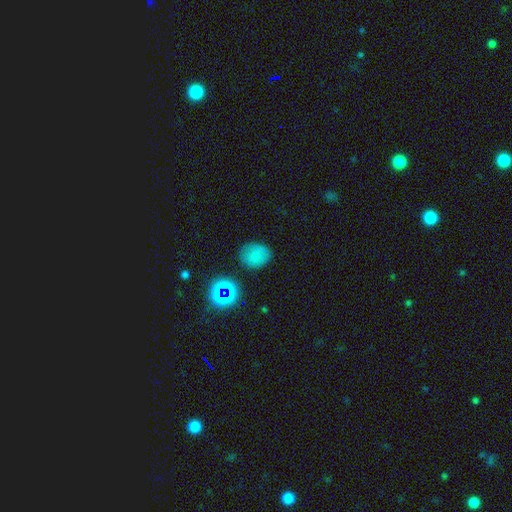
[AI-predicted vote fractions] Morphology: type=smooth (76%); roundness=round (57%); merging=none (78%).